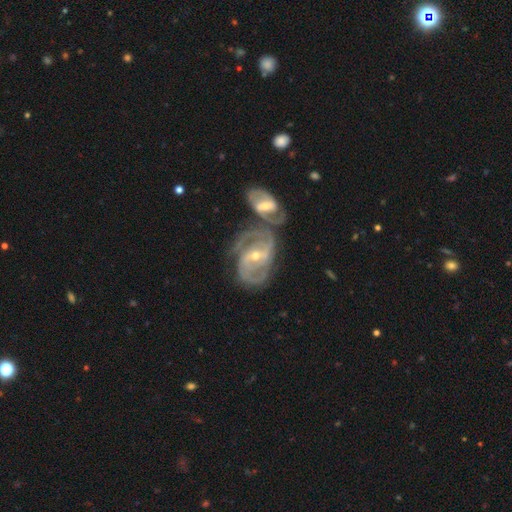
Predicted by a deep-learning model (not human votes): The model was most divided on "spiral winding": tight: 47%, medium: 43%, loose: 10%. Remaining: spiral arms — yes (97%); edge-on disk — no (97%); smooth or featured — featured or disk (90%); spiral arm count — 2 (56%); bulge size — small (55%); merging — merger (43%); bar — weak (42%).